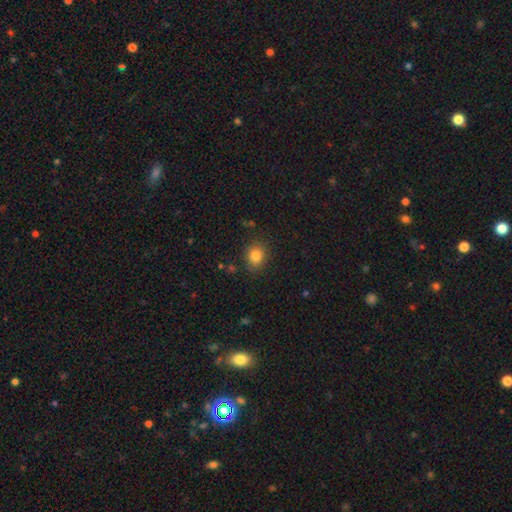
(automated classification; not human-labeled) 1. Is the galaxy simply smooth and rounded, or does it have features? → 83% smooth, 11% star or artifact, 6% featured or disk.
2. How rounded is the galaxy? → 66% round, 33% in between, 1% cigar-shaped.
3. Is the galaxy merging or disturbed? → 84% none, 11% minor disturbance, 3% major disturbance, 2% merger.